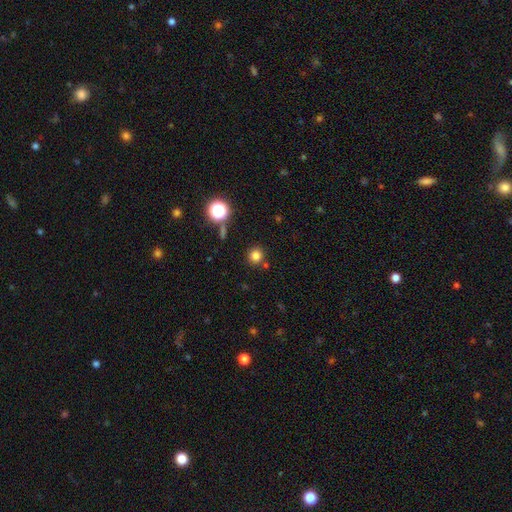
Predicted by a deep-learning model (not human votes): smooth_or_featured: smooth (p=0.79) [alt: star or artifact p=0.15]
how_rounded: round (p=0.92) [alt: in between p=0.07]
merging: none (p=0.83) [alt: minor disturbance p=0.08]